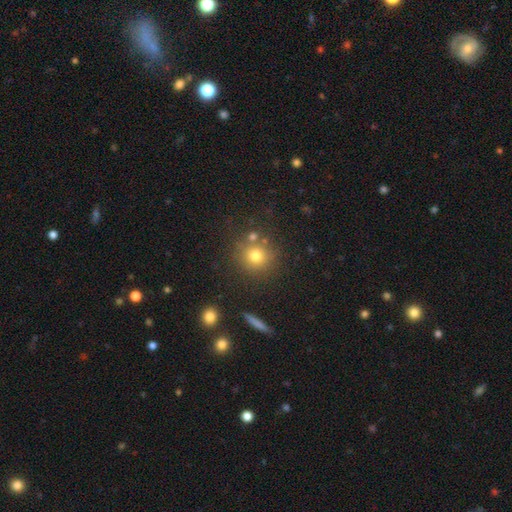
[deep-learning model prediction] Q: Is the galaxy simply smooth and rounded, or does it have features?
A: smooth — 74%.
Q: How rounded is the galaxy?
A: round — 91%.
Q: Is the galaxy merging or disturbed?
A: none — 75%.